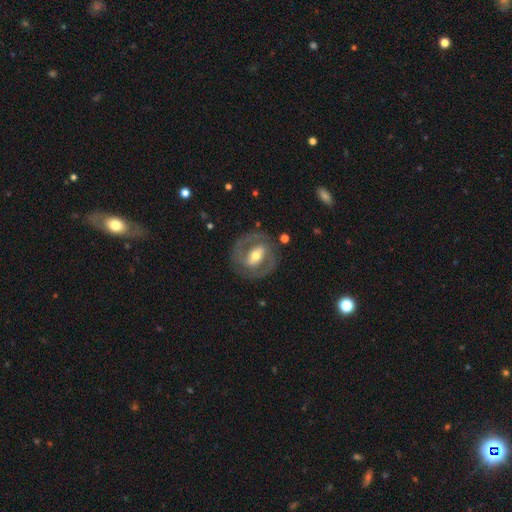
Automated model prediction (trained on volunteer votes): This is likely a featured or disk galaxy (79%). It is clearly not viewed edge-on (96%). Bar: possibly strong (48%). Spiral arm pattern: likely yes (77%). Spiral arm count: clearly 2 (86%). Spiral winding: possibly medium (46%). Central bulge: likely moderate (65%). Merging: clearly none (81%).